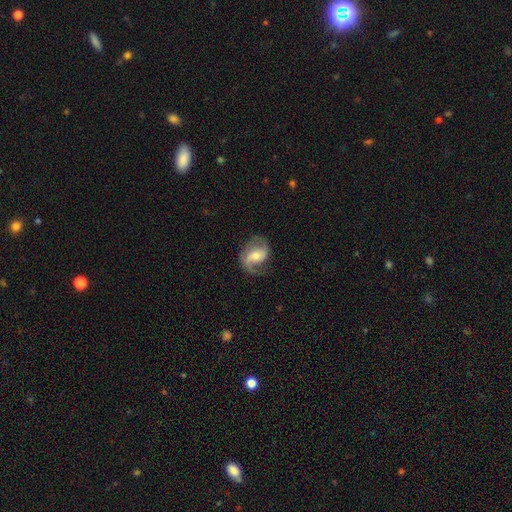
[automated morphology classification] Smooth or featured?
  - featured or disk: 78% *
  - smooth: 16%
  - star or artifact: 6%
Edge-on disk?
  - no: 97% *
  - yes: 3%
Bar?
  - weak: 43% *
  - no: 37%
  - strong: 21%
Spiral arms?
  - yes: 93% *
  - no: 7%
Spiral winding?
  - loose: 44% *
  - medium: 41%
  - tight: 15%
Spiral arm count?
  - 2: 74% *
  - 1: 18%
  - can't tell: 5%
  - 3: 1%
  - 4: 1%
  - more than 4: 1%
Bulge size?
  - moderate: 59% *
  - small: 35%
  - large: 4%
  - none: 1%
  - dominant: 1%
Merging?
  - none: 67% *
  - minor disturbance: 20%
  - major disturbance: 12%
  - merger: 1%